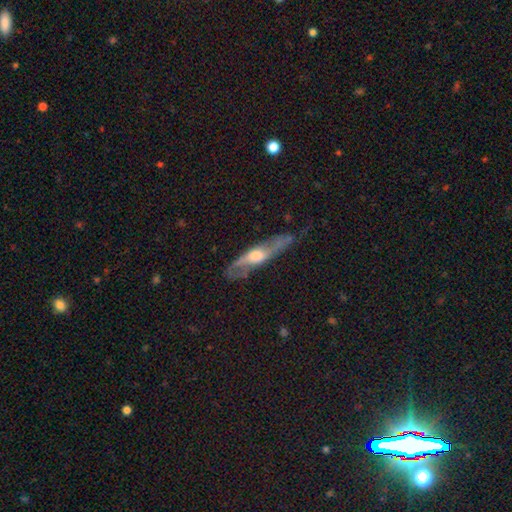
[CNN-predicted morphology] A featured or disk galaxy (68%) viewed edge-on (65%). Merging: none (66%).